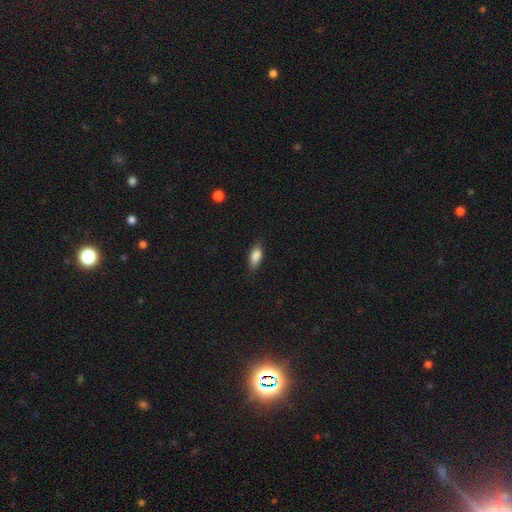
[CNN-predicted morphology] smooth 86%, star or artifact 7%, featured or disk 7%. Down the decision tree: how rounded — in between (83%); merging — none (81%).